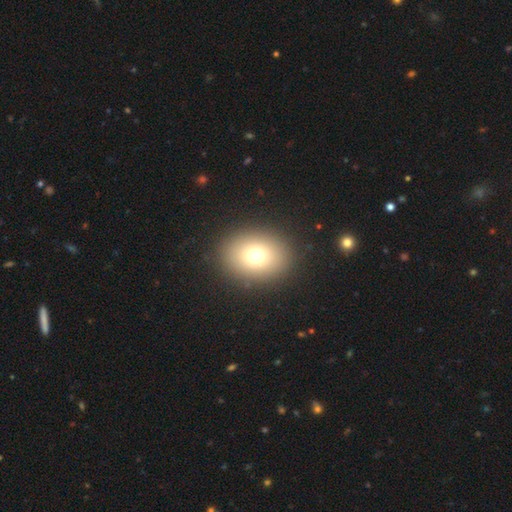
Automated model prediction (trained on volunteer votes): smooth 75%, star or artifact 12%, featured or disk 12%. Down the decision tree: how rounded — in between (52%); merging — none (90%).